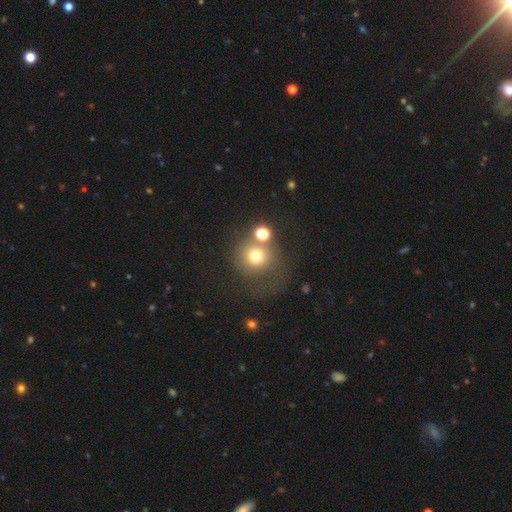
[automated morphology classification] smooth_or_featured: smooth (p=0.69) [alt: star or artifact p=0.16]
how_rounded: round (p=0.89) [alt: in between p=0.10]
merging: none (p=0.49) [alt: merger p=0.23]